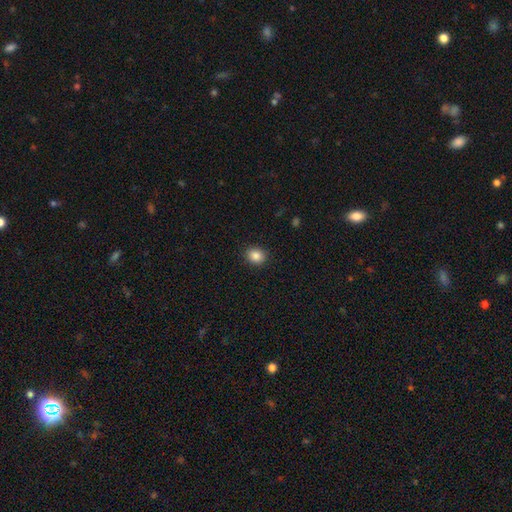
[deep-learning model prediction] Smooth or featured?
  - smooth: 87% *
  - star or artifact: 10%
  - featured or disk: 4%
How rounded?
  - round: 62% *
  - in between: 37%
  - cigar-shaped: 1%
Merging?
  - none: 90% *
  - minor disturbance: 7%
  - major disturbance: 2%
  - merger: 1%